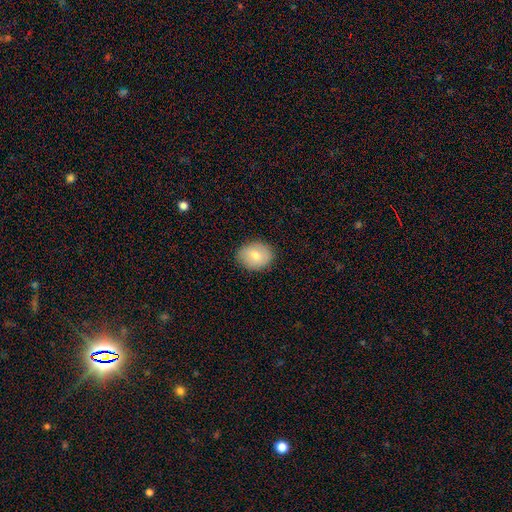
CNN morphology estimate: This appears to be a smooth galaxy with no disk features (78%) that is in between round and cigar-shaped (51%). Merging: none (86%).